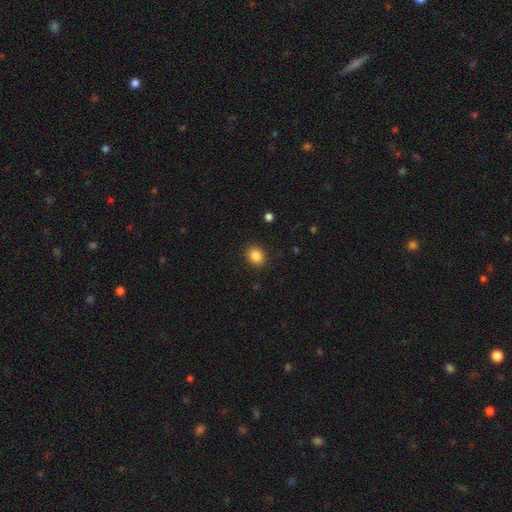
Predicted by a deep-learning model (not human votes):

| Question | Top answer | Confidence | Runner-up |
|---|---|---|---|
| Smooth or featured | smooth | 86% | star or artifact (9%) |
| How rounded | round | 50% | in between (49%) |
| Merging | none | 89% | minor disturbance (8%) |